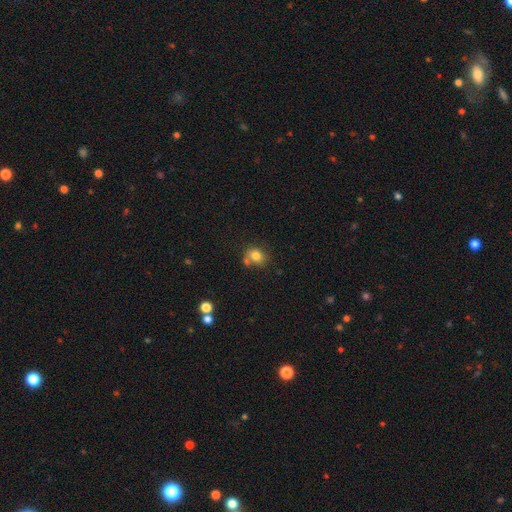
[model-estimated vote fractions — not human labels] This appears to be a smooth galaxy with no disk features (80%) that is round (55%). Merging: none (56%).